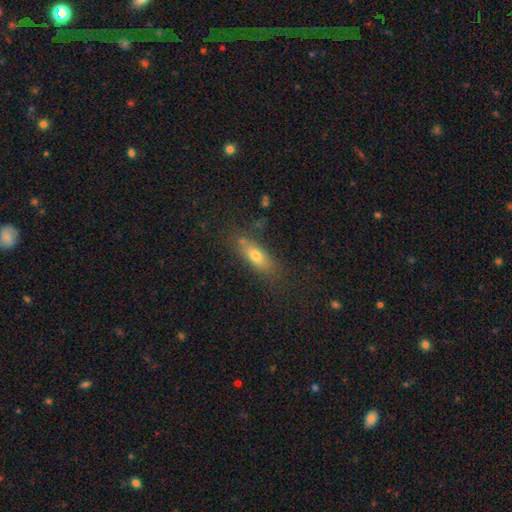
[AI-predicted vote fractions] This is likely a smooth galaxy (70%). How rounded: likely in between (63%). Merging: likely none (72%).